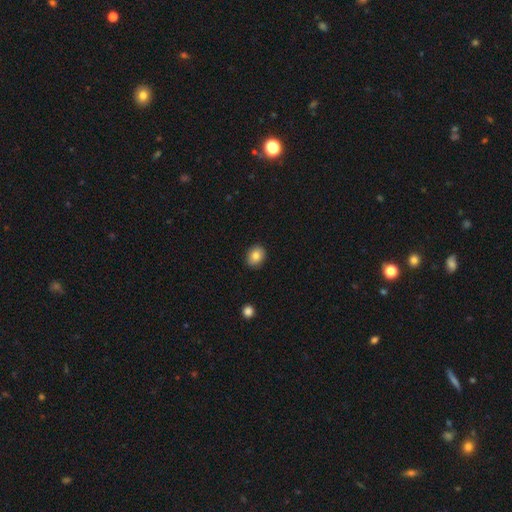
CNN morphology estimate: A smooth galaxy with no disk features (83%) that is round (51%). Merging: none (90%).